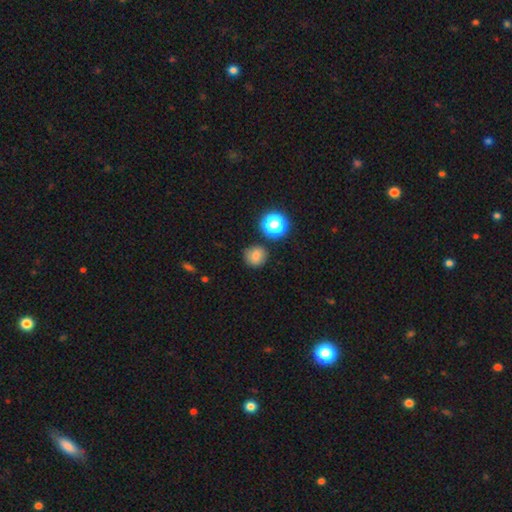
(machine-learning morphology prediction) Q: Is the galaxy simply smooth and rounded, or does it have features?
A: smooth — 78%.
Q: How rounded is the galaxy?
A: round — 88%.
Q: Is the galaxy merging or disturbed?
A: none — 82%.